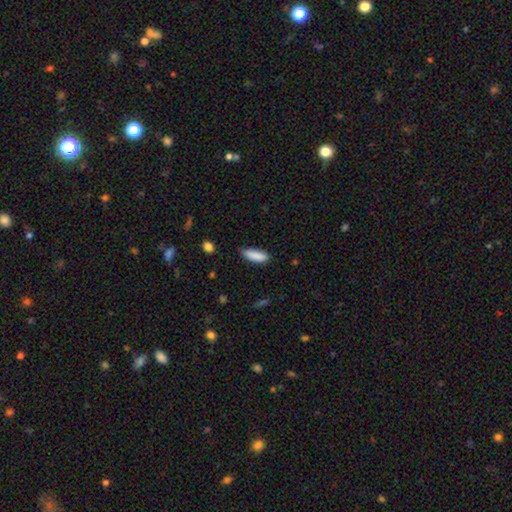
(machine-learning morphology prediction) Smooth or featured?
  - smooth: 88% *
  - star or artifact: 7%
  - featured or disk: 6%
How rounded?
  - in between: 67% *
  - cigar-shaped: 32%
  - round: 2%
Merging?
  - none: 68% *
  - minor disturbance: 27%
  - major disturbance: 4%
  - merger: 2%